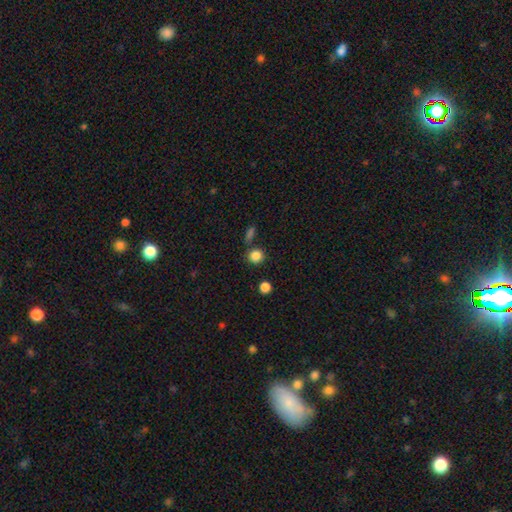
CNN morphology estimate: smooth-or-featured: smooth: 85% | star or artifact: 11% | featured or disk: 4%
  how-rounded: round: 86% | in between: 13% | cigar-shaped: 1%
  merging: none: 79% | merger: 9% | minor disturbance: 9% | major disturbance: 3%